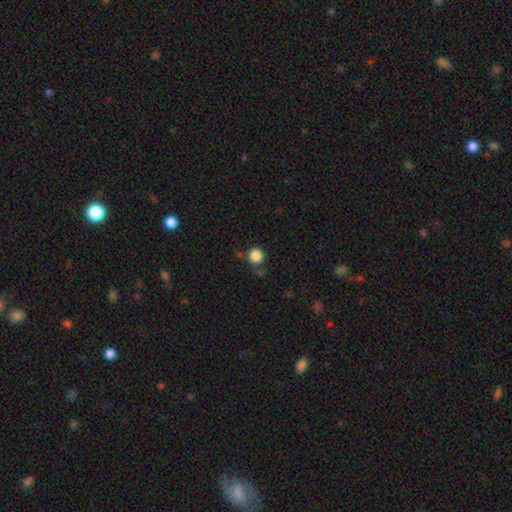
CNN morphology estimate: A smooth galaxy with no disk features (86%) that is round (93%). Merging: none (79%).